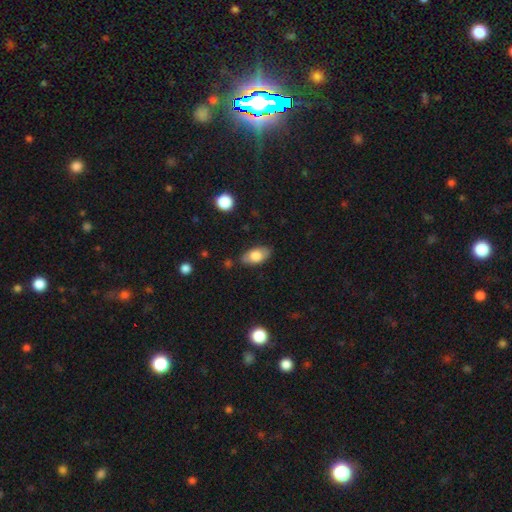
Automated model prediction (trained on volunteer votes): smooth-or-featured: smooth: 76% | featured or disk: 17% | star or artifact: 7%
  how-rounded: in between: 92% | round: 5% | cigar-shaped: 3%
  merging: none: 80% | minor disturbance: 15% | major disturbance: 3% | merger: 2%